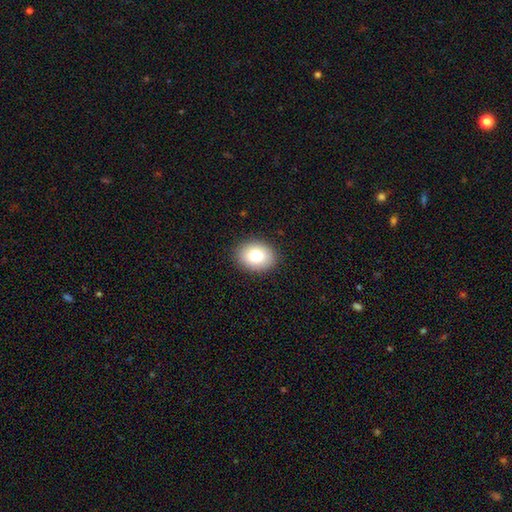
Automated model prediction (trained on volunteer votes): Smooth or featured? Predicted: smooth (p=0.80). How rounded? Predicted: in between (p=0.59). Merging? Predicted: none (p=0.89).